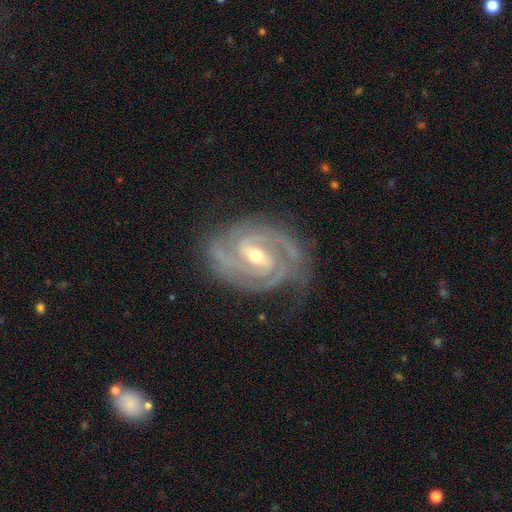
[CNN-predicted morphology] type=featured or disk (93%); edge-on=no (97%); bar=weak (46%); spiral arms=yes (99%); winding=tight (66%); arm count=2 (50%); bulge=moderate (58%); merging=none (77%).